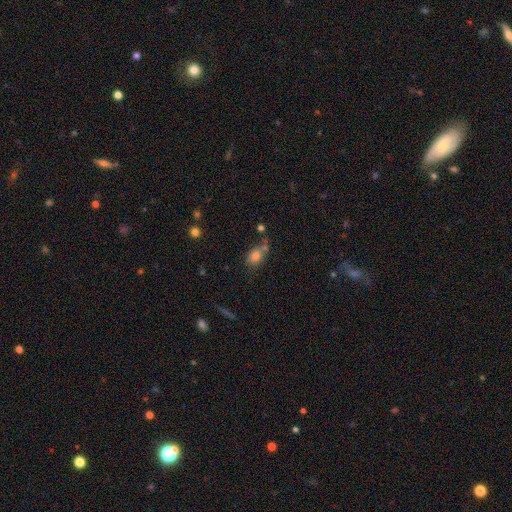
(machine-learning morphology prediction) The model was most divided on "merging": none: 50%, merger: 23%, minor disturbance: 19%, major disturbance: 8%. More confident: smooth or featured — smooth (73%); how rounded — in between (69%).